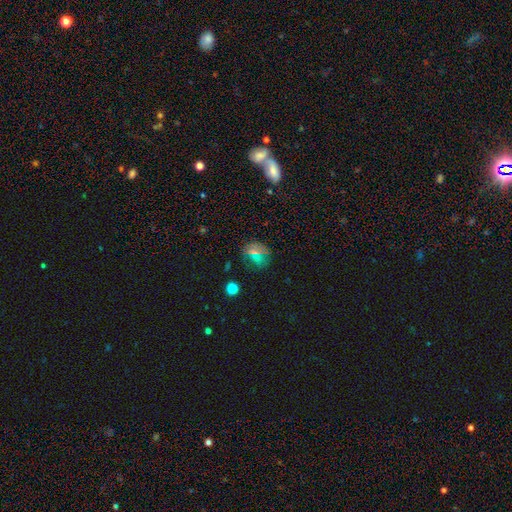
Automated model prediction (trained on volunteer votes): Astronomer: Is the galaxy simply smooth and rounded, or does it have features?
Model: smooth — 51% (runner-up: star or artifact, 34%).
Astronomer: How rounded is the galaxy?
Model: round — 67%.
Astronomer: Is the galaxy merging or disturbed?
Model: none — 71%.